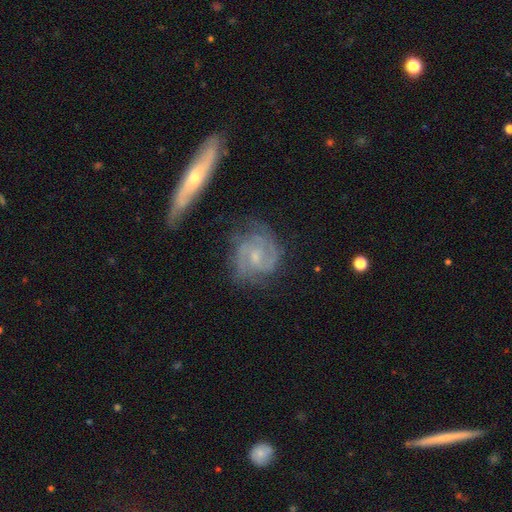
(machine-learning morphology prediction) featured or disk 83%, smooth 11%, star or artifact 6%. Down the decision tree: edge-on disk — no (96%); bar — no (49%); spiral arms — yes (95%); spiral arm count — 2 (55%); spiral winding — tight (50%); bulge size — small (62%); merging — none (68%).